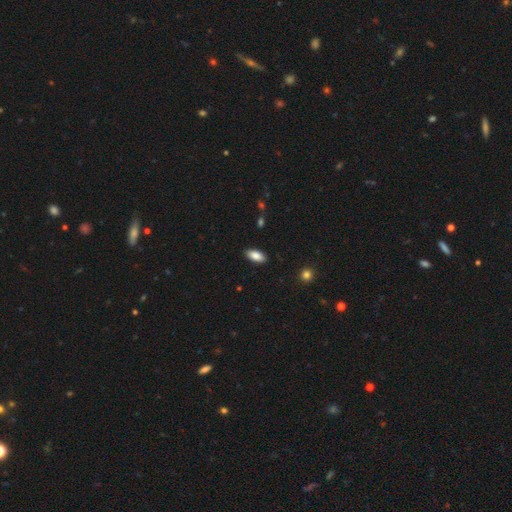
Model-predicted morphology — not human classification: Smooth or featured: smooth — 86% (featured or disk — 8%)
How rounded: in between — 89% (cigar-shaped — 9%)
Merging: none — 88% (minor disturbance — 9%)